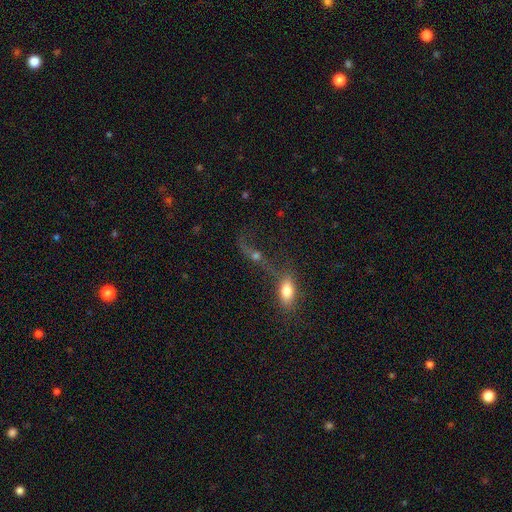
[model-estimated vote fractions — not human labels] Smooth or featured? smooth (39%)
Merging? merger (44%)